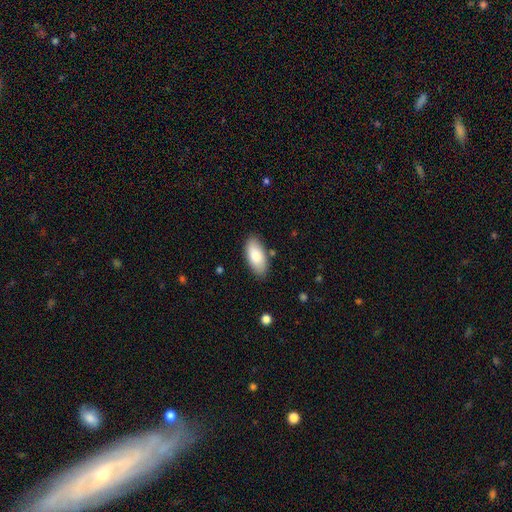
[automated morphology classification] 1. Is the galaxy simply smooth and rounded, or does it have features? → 82% smooth, 12% featured or disk, 6% star or artifact.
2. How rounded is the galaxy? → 91% in between, 7% cigar-shaped, 2% round.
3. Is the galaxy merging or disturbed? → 84% none, 12% minor disturbance, 2% major disturbance, 2% merger.